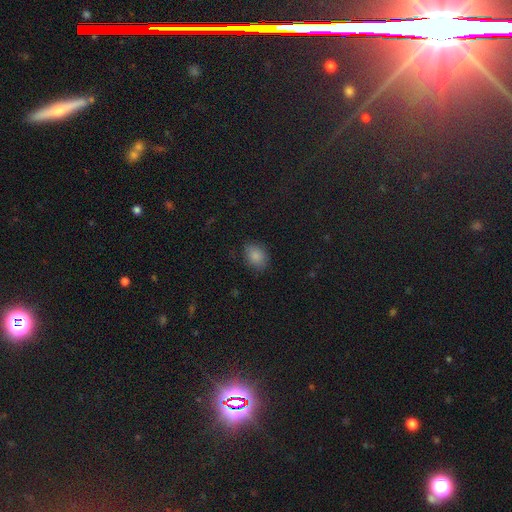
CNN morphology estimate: A smooth galaxy with no disk features (85%) that is in between round and cigar-shaped (66%).

Vote fractions:
- Smooth or featured? smooth: 85% / star or artifact: 10% / featured or disk: 5%
- How rounded? in between: 66% / round: 33% / cigar-shaped: 1%
- Merging? none: 81% / minor disturbance: 15% / major disturbance: 3% / merger: 1%